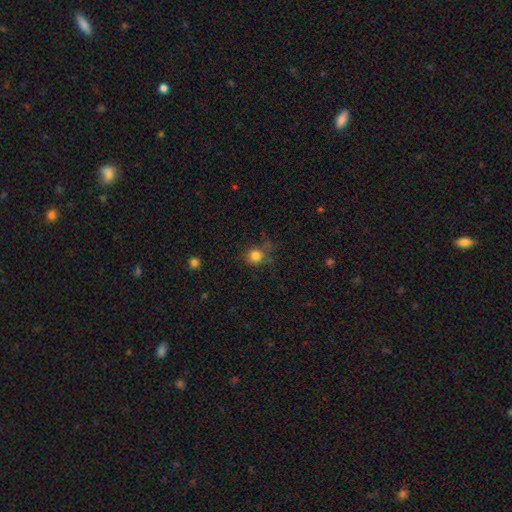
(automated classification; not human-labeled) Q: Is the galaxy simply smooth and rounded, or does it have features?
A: smooth — 81%.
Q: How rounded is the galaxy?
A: round — 84%.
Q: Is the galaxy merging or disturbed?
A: none — 66%.